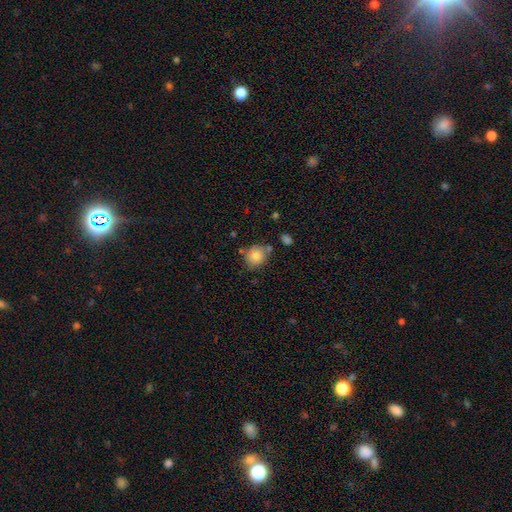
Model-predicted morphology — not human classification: The model was most divided on "how rounded": round: 75%, in between: 24%, cigar-shaped: 1%. More confident: smooth or featured — smooth (80%); merging — none (69%).